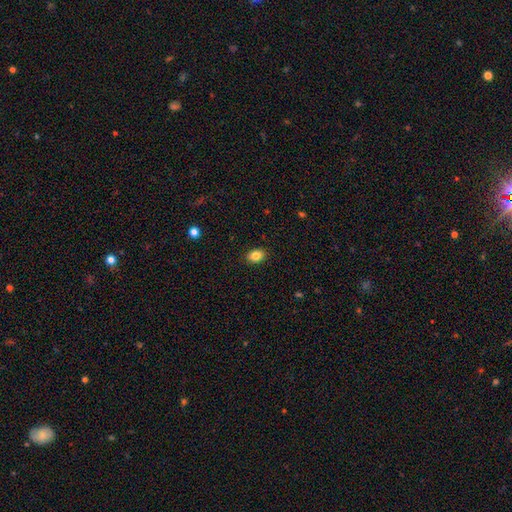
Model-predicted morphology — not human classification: Smooth or featured? Predicted: smooth (p=0.84). How rounded? Predicted: in between (p=0.70). Merging? Predicted: none (p=0.90).